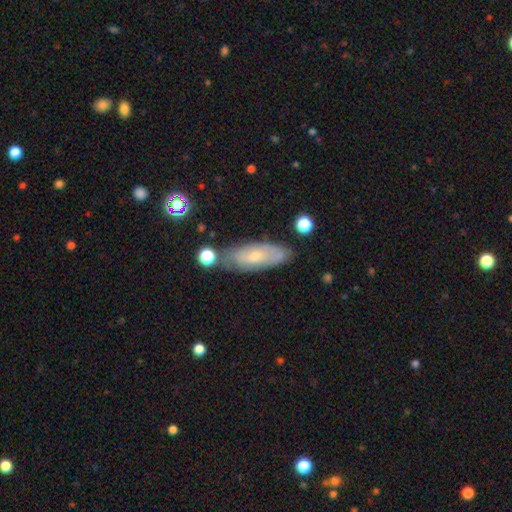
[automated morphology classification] Smooth or featured: smooth — 51% (featured or disk — 42%)
How rounded: in between — 67% (cigar-shaped — 31%)
Merging: none — 70% (minor disturbance — 20%)